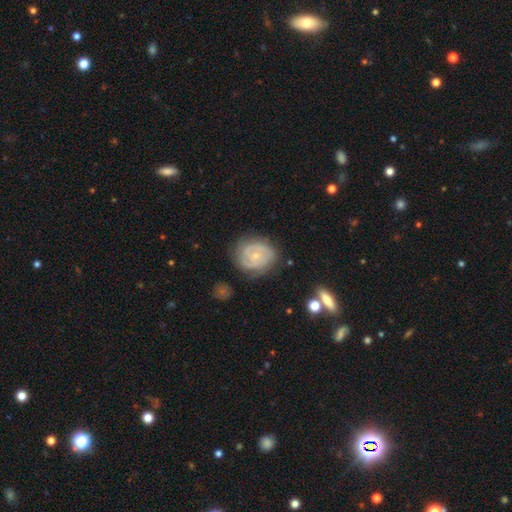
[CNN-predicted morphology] A featured or disk galaxy (76%) with no bar (72%), 2 (44%) tight (67%) spiral arms (89%) and a small central bulge (71%).

Vote fractions:
- Smooth or featured? featured or disk: 76% / smooth: 18% / star or artifact: 6%
- Edge-on disk? no: 98% / yes: 2%
- Bar? no: 72% / weak: 24% / strong: 4%
- Spiral arms? yes: 89% / no: 11%
- Spiral winding? tight: 67% / medium: 26% / loose: 7%
- Spiral arm count? 2: 44% / can't tell: 27% / 3: 16% / 1: 5% / 4: 4% / more than 4: 3%
- Bulge size? small: 71% / moderate: 25% / none: 2% / large: 1% / dominant: 1%
- Merging? none: 73% / minor disturbance: 18% / major disturbance: 7% / merger: 2%